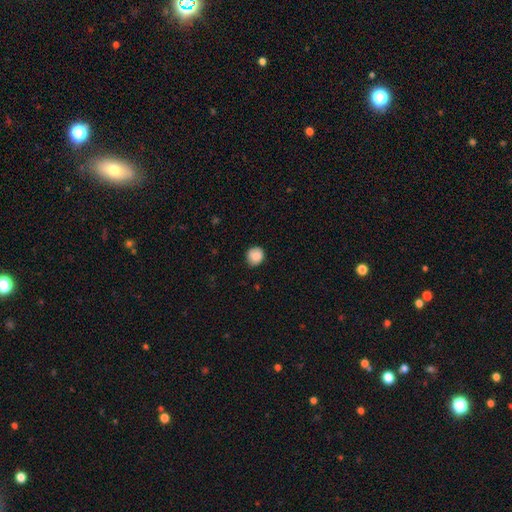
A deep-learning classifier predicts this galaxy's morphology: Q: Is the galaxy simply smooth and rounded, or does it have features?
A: smooth — 84%.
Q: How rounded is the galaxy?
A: round — 81%.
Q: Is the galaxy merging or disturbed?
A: none — 78%.